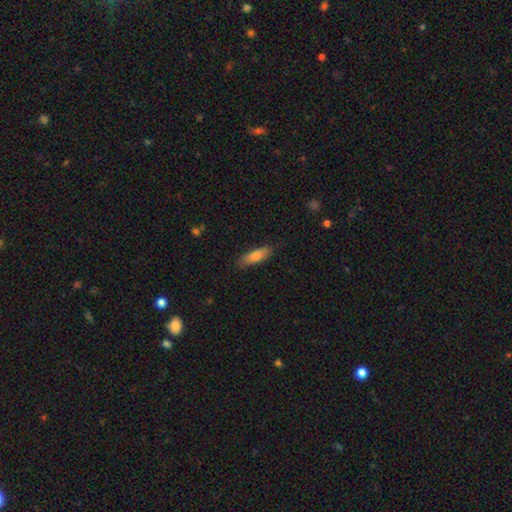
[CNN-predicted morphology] Overall: smooth (76%). How rounded: cigar-shaped (55%; in between 43%). Merging: none (84%).